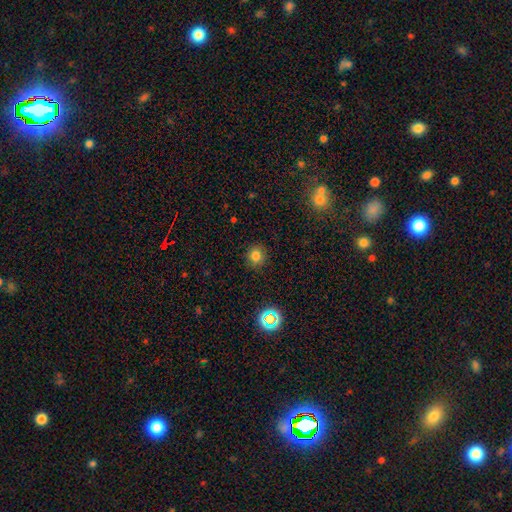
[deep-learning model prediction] The model was most divided on "smooth or featured": smooth: 79%, star or artifact: 15%, featured or disk: 6%. More confident: merging — none (88%); how rounded — round (85%).